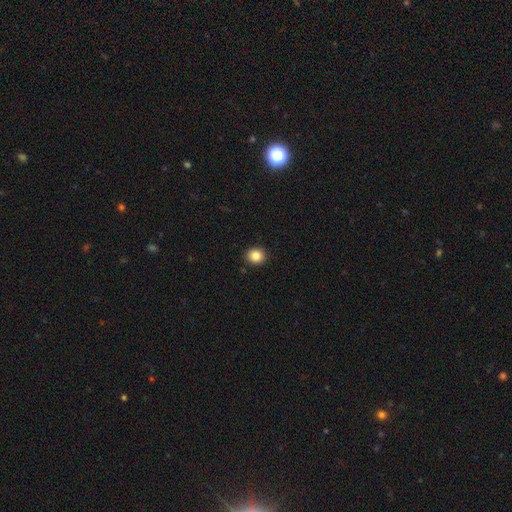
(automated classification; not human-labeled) This is clearly a smooth galaxy (86%). How rounded: clearly round (80%). Merging: clearly none (91%).